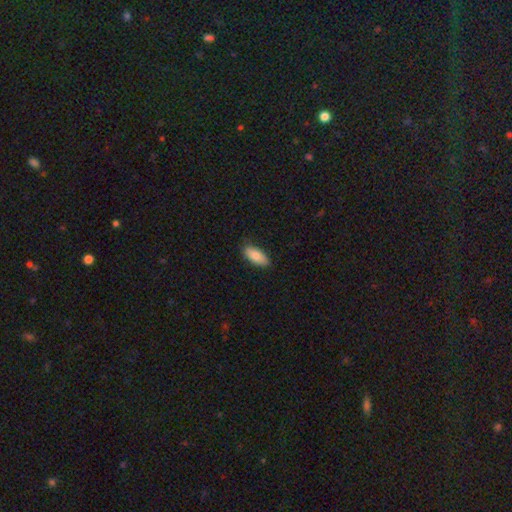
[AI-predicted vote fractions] smooth 81%, featured or disk 12%, star or artifact 6%. Down the decision tree: how rounded — in between (86%); merging — none (85%).